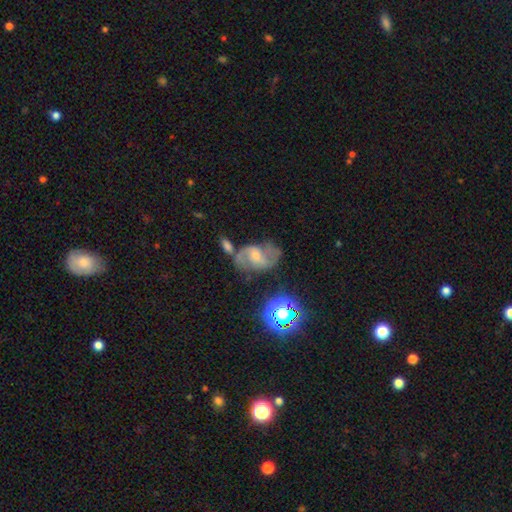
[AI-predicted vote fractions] A featured or disk galaxy (71%) with a weak bar (50%), 2 (85%) medium (52%) spiral arms (92%) and a small central bulge (48%). Merging: none (56%).